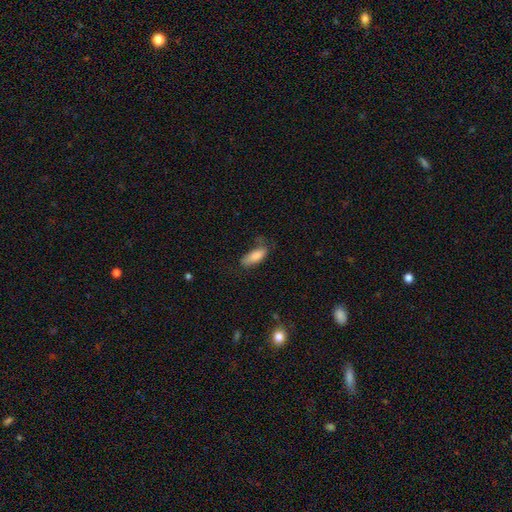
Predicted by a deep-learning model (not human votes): Q: Smooth or featured?
A: smooth (84%); runner-up: featured or disk (9%)
Q: How rounded?
A: in between (77%); runner-up: cigar-shaped (21%)
Q: Merging?
A: none (55%); runner-up: minor disturbance (30%)